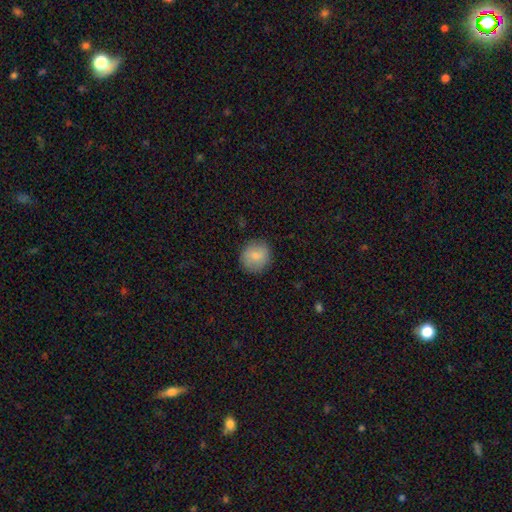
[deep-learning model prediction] smooth 84%, featured or disk 8%, star or artifact 8%. Down the decision tree: how rounded — round (88%); merging — none (86%).